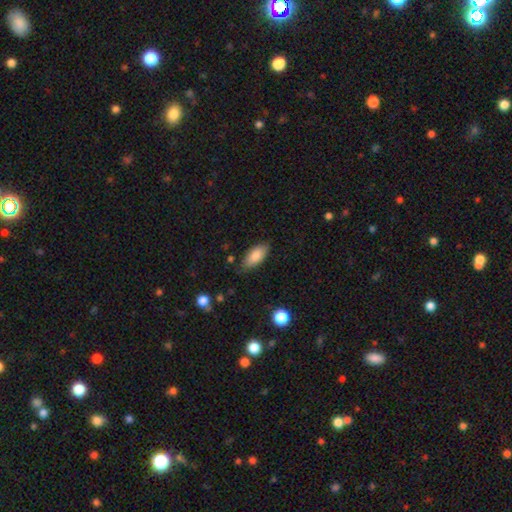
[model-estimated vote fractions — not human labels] Smooth or featured? Predicted: smooth (p=0.85). How rounded? Predicted: in between (p=0.87). Merging? Predicted: none (p=0.79).